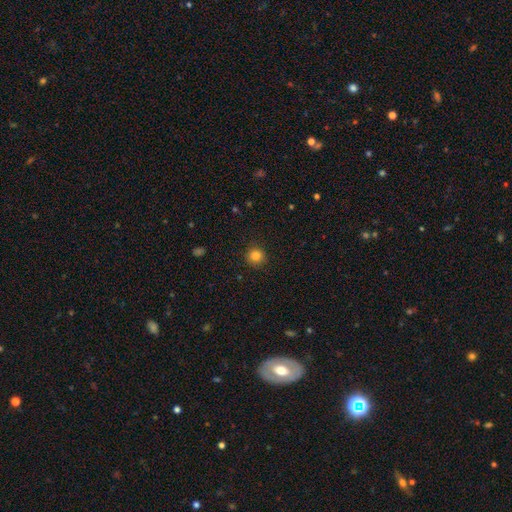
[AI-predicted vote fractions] smooth_or_featured: smooth (p=0.84) [alt: star or artifact p=0.12]
how_rounded: round (p=0.92) [alt: in between p=0.07]
merging: none (p=0.90) [alt: minor disturbance p=0.07]